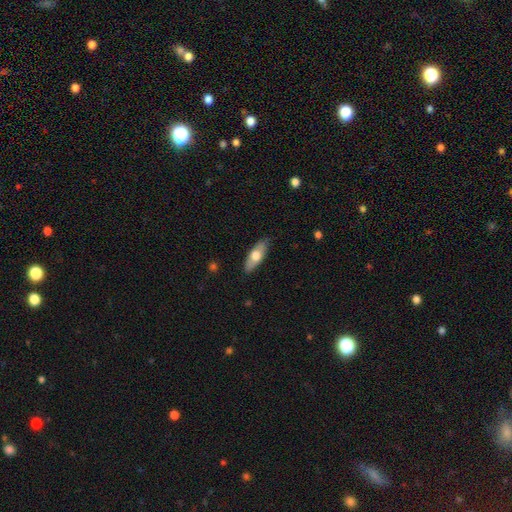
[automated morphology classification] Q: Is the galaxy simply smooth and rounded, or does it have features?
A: smooth — 62%.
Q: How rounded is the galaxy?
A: in between — 66%.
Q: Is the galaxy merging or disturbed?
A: none — 85%.